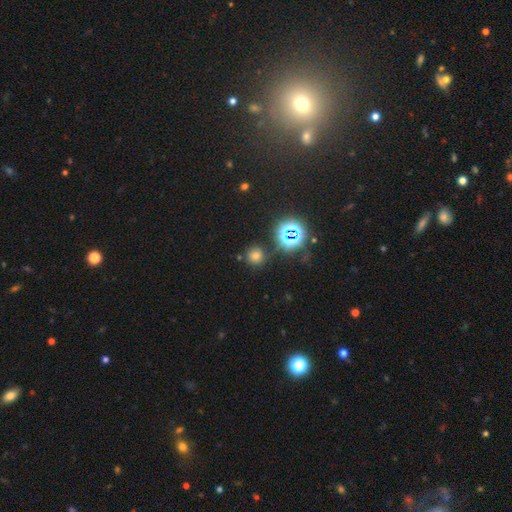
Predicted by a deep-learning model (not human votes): A smooth galaxy with no disk features (63%) that is round (90%). Merging: none (80%).